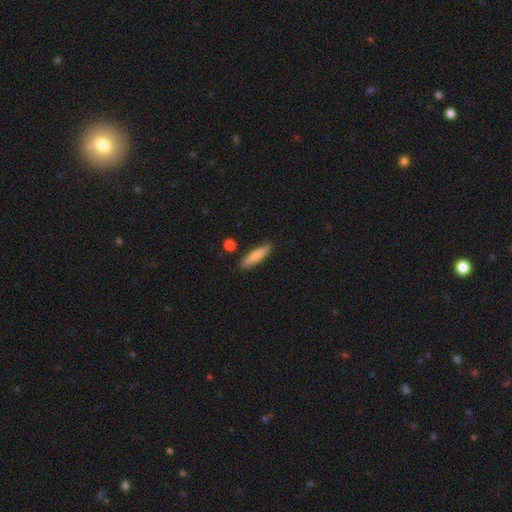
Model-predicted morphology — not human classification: This appears to be a smooth galaxy with no disk features (77%) that is cigar-shaped (80%). Merging: none (86%).